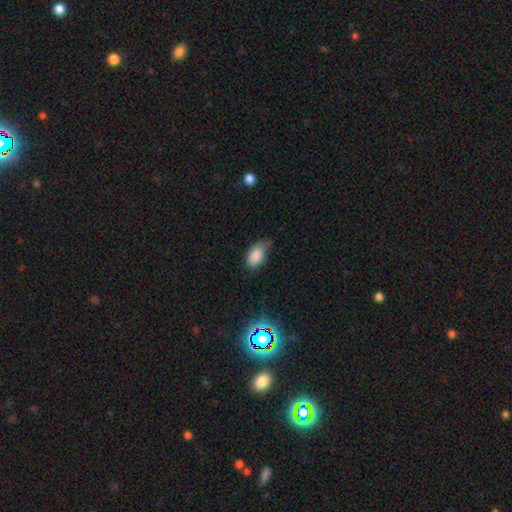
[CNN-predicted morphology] A smooth galaxy with no disk features (85%) that is in between round and cigar-shaped (93%). Merging: none (48%).